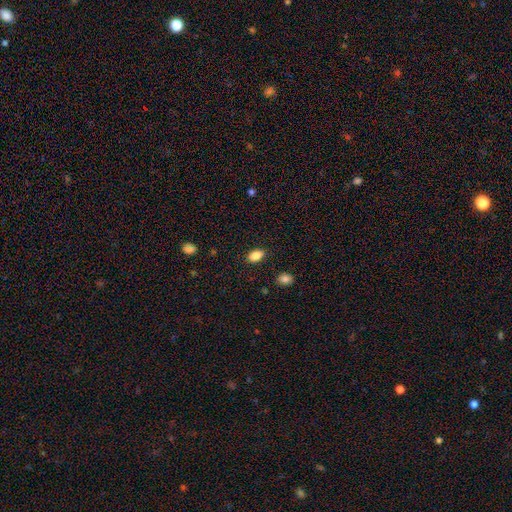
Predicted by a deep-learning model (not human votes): A smooth galaxy with no disk features (87%) that is in between round and cigar-shaped (88%). Merging: none (87%).